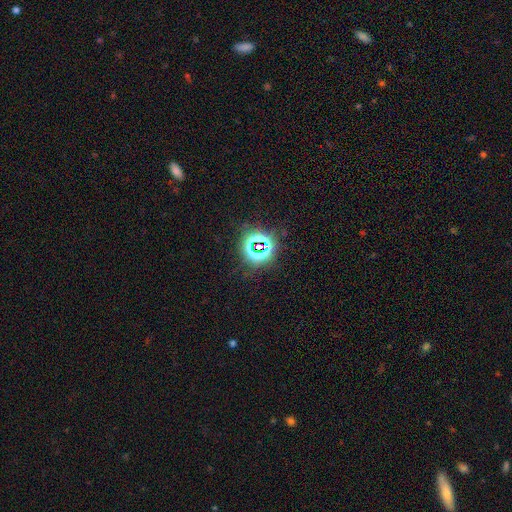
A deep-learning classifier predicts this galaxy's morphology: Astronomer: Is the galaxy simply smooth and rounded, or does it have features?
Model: star or artifact — 79%.